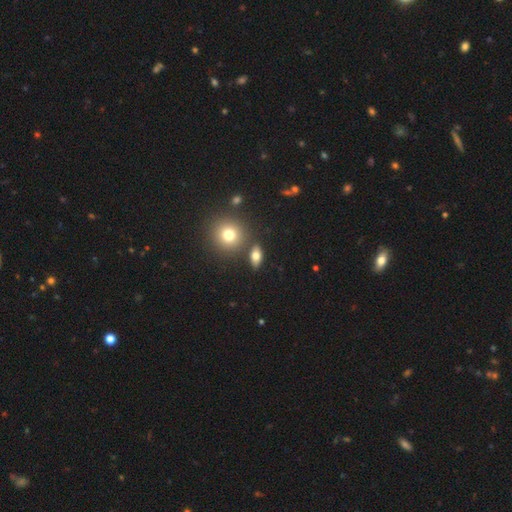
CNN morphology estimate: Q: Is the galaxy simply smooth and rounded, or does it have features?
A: smooth — 69%.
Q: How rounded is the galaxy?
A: in between — 69%.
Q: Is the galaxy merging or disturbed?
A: none — 81%.